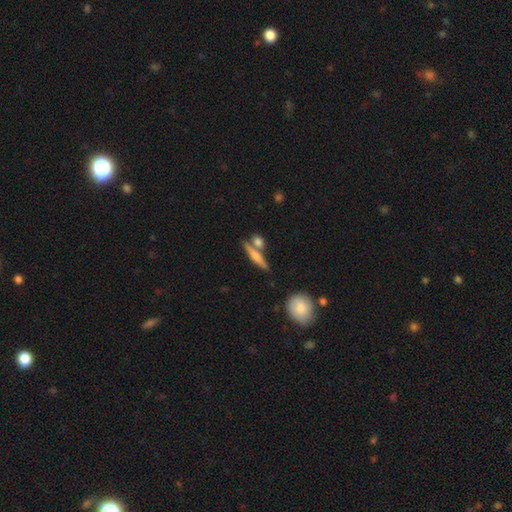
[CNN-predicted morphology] smooth_or_featured: smooth (p=0.51) [alt: featured or disk p=0.42]
how_rounded: cigar-shaped (p=0.78) [alt: in between p=0.15]
merging: none (p=0.69) [alt: merger p=0.18]